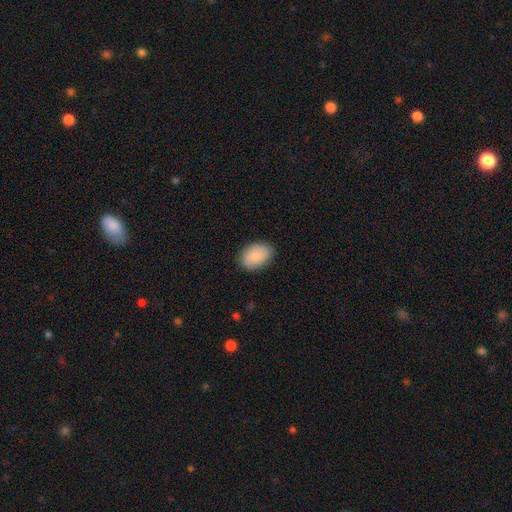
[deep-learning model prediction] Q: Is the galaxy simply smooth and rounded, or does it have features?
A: smooth — 88%.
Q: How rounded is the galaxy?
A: in between — 84%.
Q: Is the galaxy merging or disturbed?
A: none — 85%.